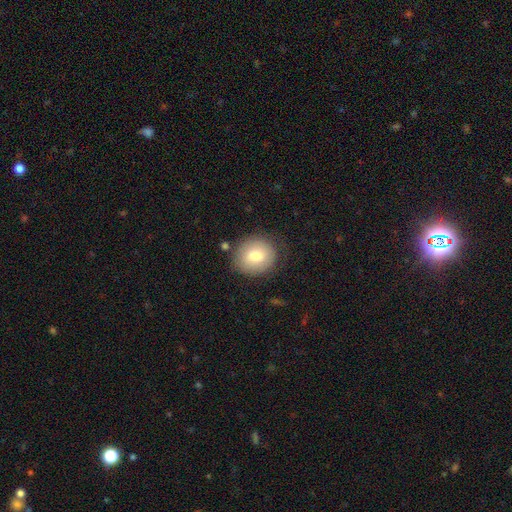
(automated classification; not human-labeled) The model was most divided on "smooth or featured": smooth: 76%, featured or disk: 16%, star or artifact: 8%. More confident: how rounded — round (81%); merging — none (80%).